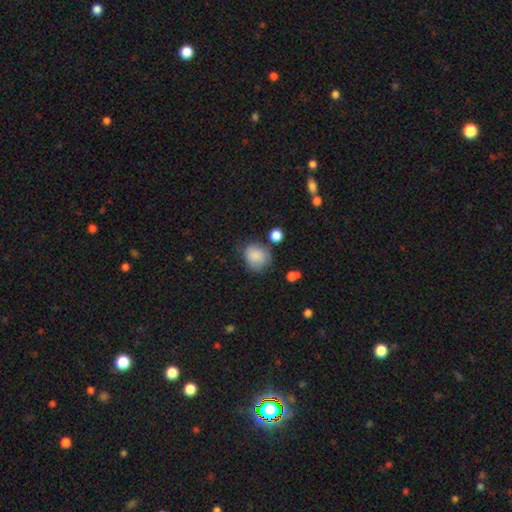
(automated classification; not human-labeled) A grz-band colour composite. It shows a smooth galaxy with no disk features (84%) that is round (68%). Merging: none (63%).